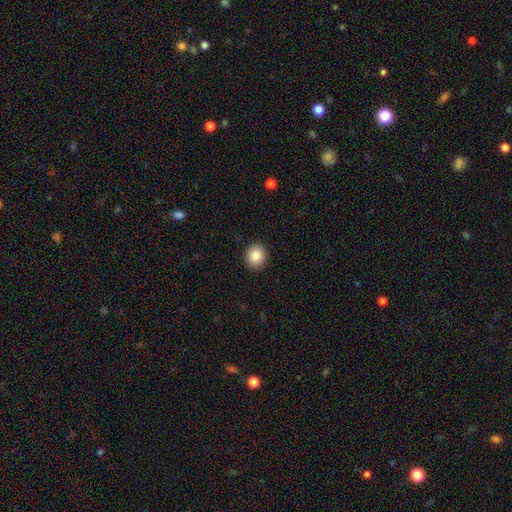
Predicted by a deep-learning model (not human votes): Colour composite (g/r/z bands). It shows a smooth galaxy with no disk features (85%) that is round (86%). Merging: none (92%).